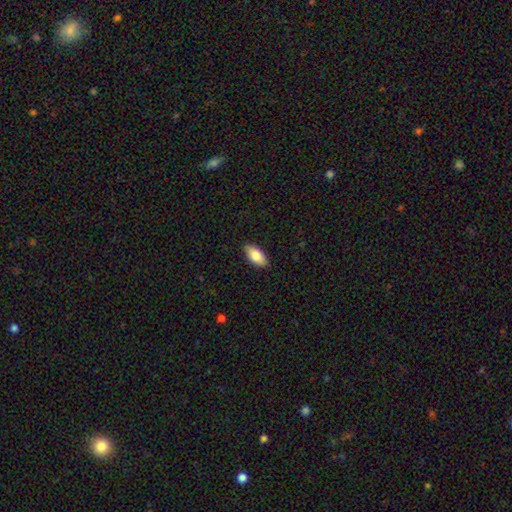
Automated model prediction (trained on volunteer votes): Overall: smooth (83%). How rounded: in between (92%). Merging: none (88%).